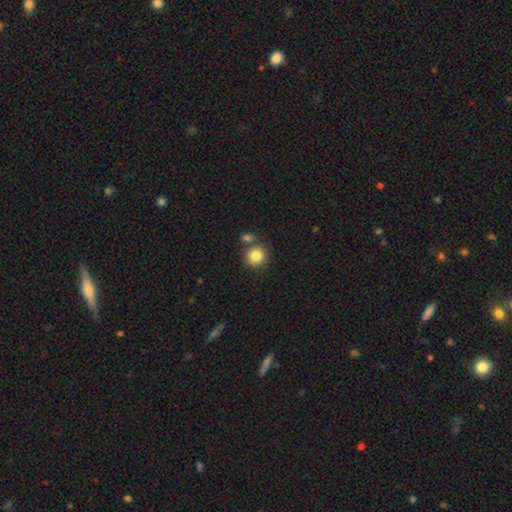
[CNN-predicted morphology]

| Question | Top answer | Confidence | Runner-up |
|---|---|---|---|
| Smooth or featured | smooth | 84% | star or artifact (10%) |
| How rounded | round | 90% | in between (9%) |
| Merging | none | 70% | merger (18%) |